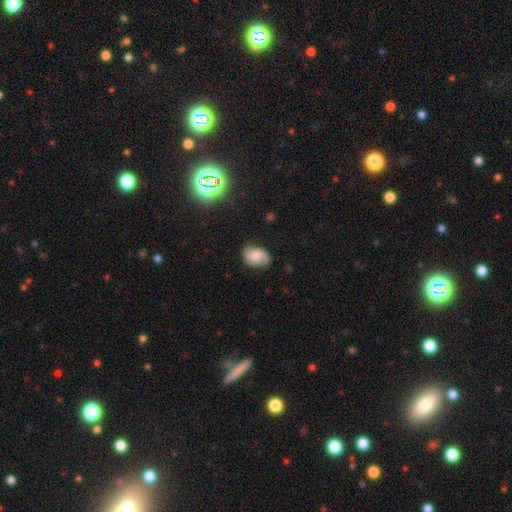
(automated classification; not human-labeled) This is possibly a smooth galaxy (46%). Merging: likely none (72%).